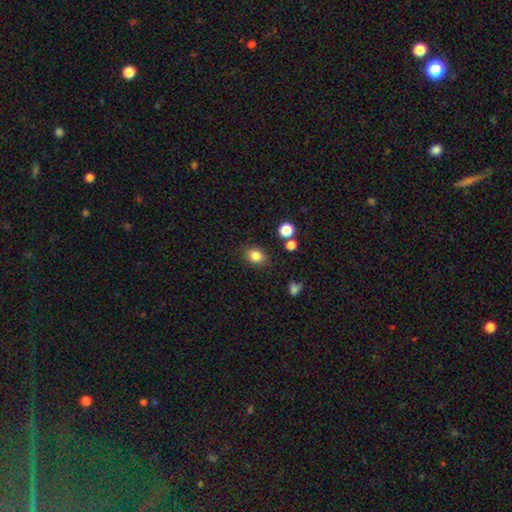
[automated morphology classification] smooth_or_featured: smooth (p=0.83) [alt: star or artifact p=0.11]
how_rounded: in between (p=0.57) [alt: round p=0.42]
merging: none (p=0.82) [alt: minor disturbance p=0.12]